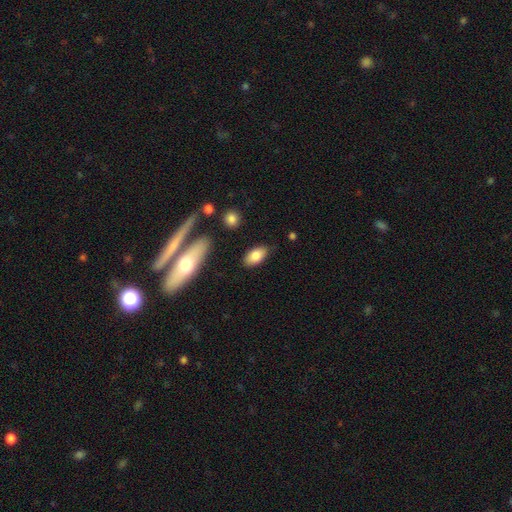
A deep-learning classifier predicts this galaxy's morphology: A smooth galaxy with no disk features (82%) that is in between round and cigar-shaped (92%).

Vote fractions:
- Smooth or featured? smooth: 82% / featured or disk: 11% / star or artifact: 7%
- How rounded? in between: 92% / cigar-shaped: 4% / round: 4%
- Merging? none: 84% / minor disturbance: 11% / major disturbance: 3% / merger: 2%